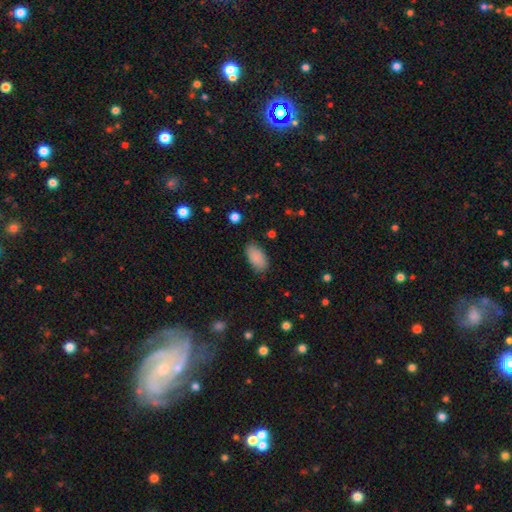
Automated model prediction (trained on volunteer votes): Overall: smooth (87%). How rounded: in between (94%). Merging: none (81%).